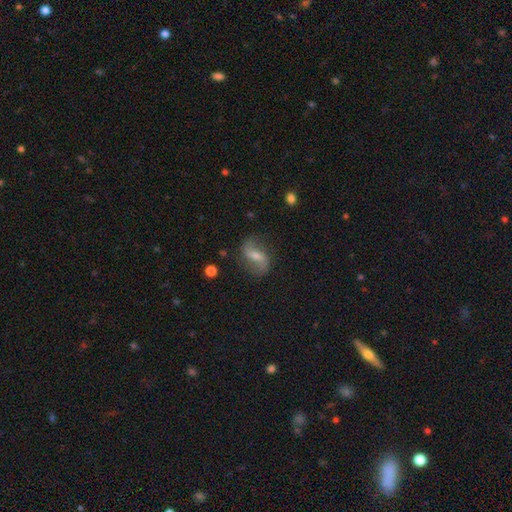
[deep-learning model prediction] Morphology: type=featured or disk (72%); edge-on=no (95%); bar=weak (43%); spiral arms=yes (90%); winding=loose (77%); arm count=2 (91%); bulge=small (47%); merging=none (75%).